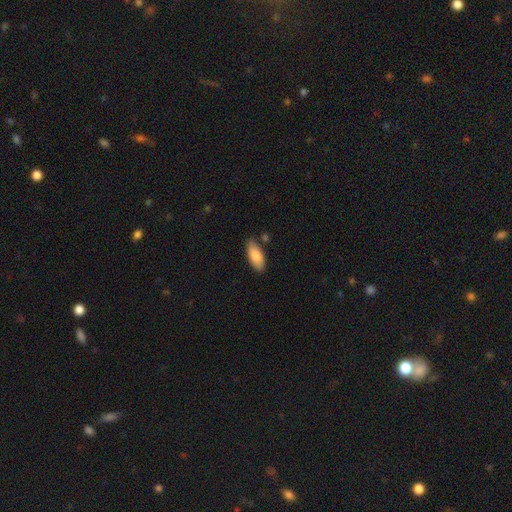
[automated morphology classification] Smooth or featured? Predicted: smooth (p=0.82). How rounded? Predicted: in between (p=0.86). Merging? Predicted: none (p=0.79).